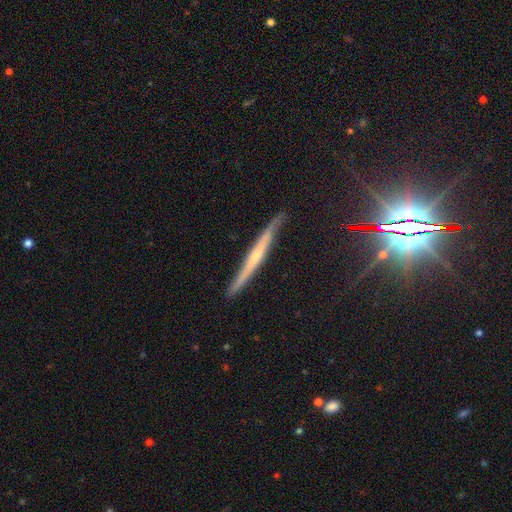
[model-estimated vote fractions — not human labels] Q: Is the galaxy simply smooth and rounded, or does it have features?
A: featured or disk — 67%.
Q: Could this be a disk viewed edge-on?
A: yes — 96%.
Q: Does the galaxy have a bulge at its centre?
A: rounded — 62%.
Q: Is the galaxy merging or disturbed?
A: none — 83%.